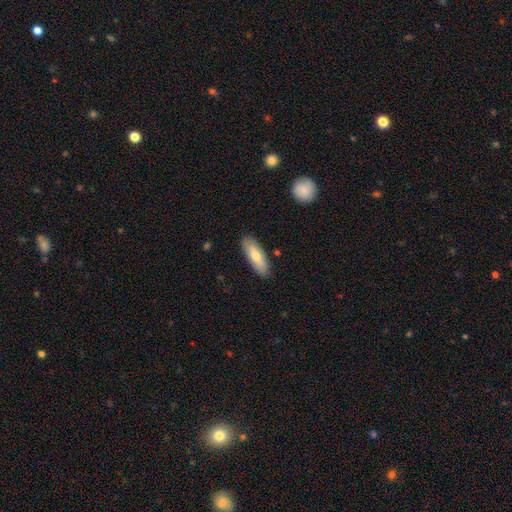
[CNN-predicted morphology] smooth 68%, featured or disk 26%, star or artifact 6%. Down the decision tree: how rounded — in between (63%); merging — none (87%).